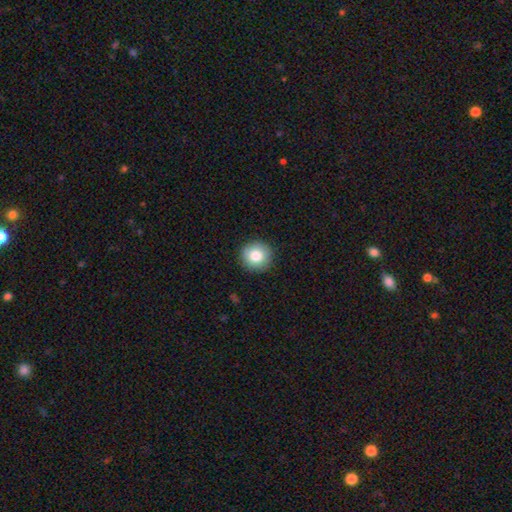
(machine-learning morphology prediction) smooth-or-featured: smooth: 81% | featured or disk: 10% | star or artifact: 9%
  how-rounded: round: 94% | in between: 5% | cigar-shaped: 1%
  merging: none: 91% | minor disturbance: 6% | major disturbance: 2% | merger: 1%